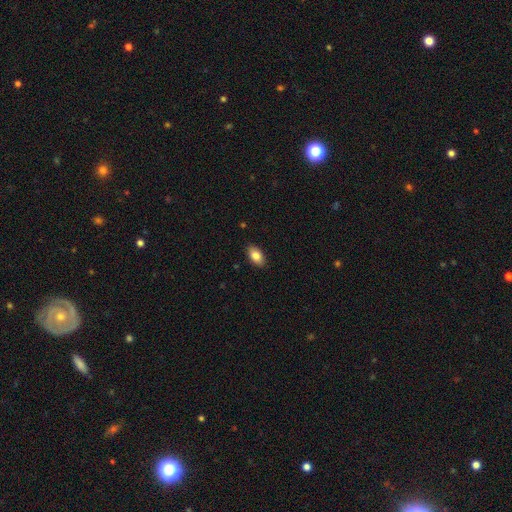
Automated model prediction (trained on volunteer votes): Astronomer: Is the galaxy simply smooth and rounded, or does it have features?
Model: smooth — 84%.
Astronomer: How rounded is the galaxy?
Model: in between — 93%.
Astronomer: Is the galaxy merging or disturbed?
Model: none — 88%.